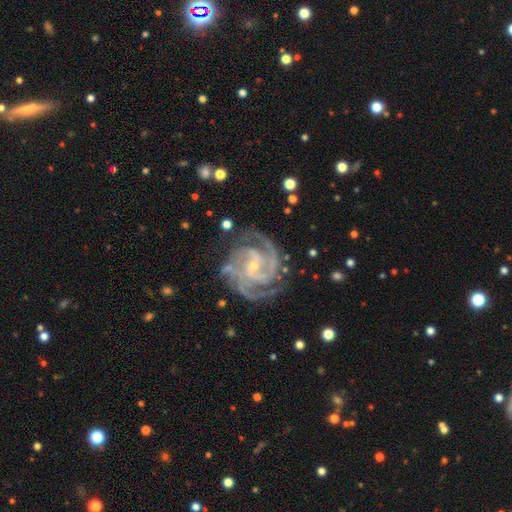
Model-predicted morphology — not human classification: A featured or disk galaxy (94%) with no bar (41%), 3 (41%) tight (64%) spiral arms (99%) and a small central bulge (73%). Merging: none (77%).